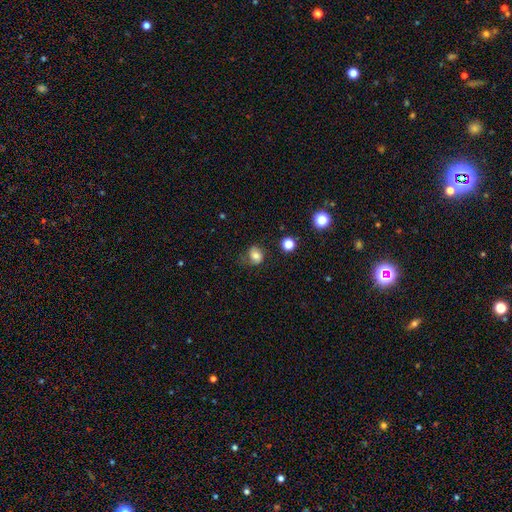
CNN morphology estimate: This is likely a smooth galaxy (67%). How rounded: likely round (60%). Merging: possibly none (53%).